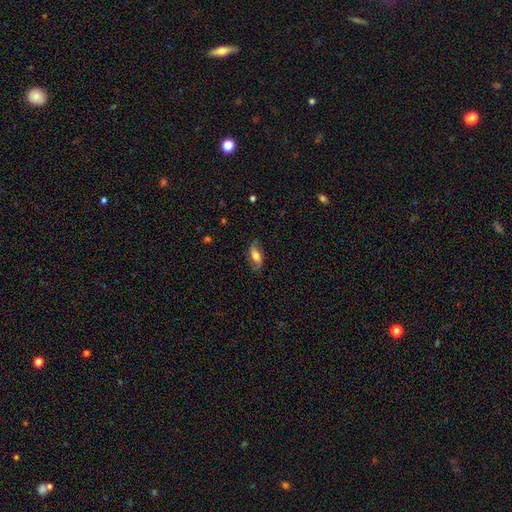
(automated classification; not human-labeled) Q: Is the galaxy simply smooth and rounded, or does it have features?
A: smooth — 49%.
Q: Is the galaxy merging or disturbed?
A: none — 73%.